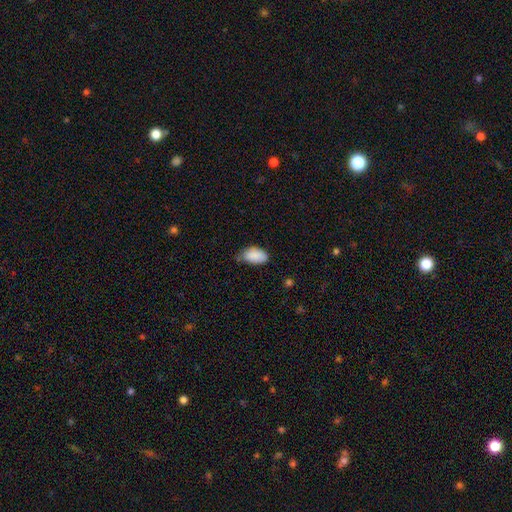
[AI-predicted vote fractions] Smooth or featured?
  - smooth: 88% *
  - star or artifact: 7%
  - featured or disk: 5%
How rounded?
  - in between: 94% *
  - round: 4%
  - cigar-shaped: 2%
Merging?
  - none: 51% *
  - minor disturbance: 40%
  - major disturbance: 7%
  - merger: 2%